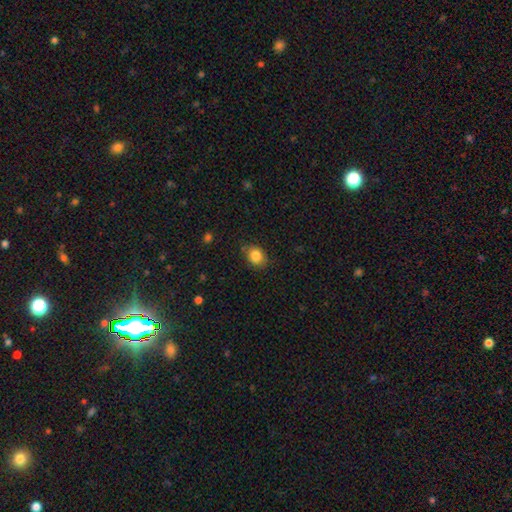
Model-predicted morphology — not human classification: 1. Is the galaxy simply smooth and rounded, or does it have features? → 84% smooth, 10% star or artifact, 6% featured or disk.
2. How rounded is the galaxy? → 56% round, 43% in between, 1% cigar-shaped.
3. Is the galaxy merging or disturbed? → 78% none, 16% minor disturbance, 3% major disturbance, 2% merger.